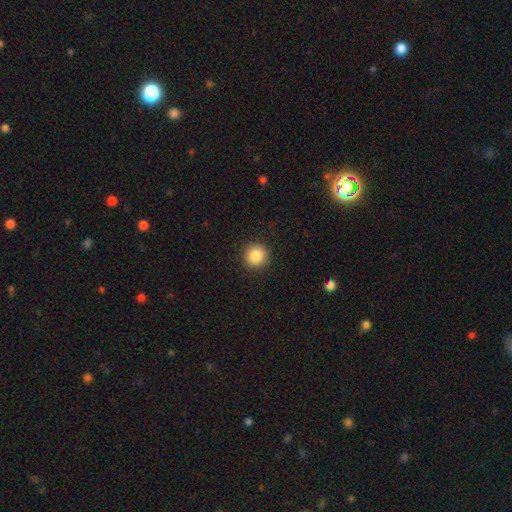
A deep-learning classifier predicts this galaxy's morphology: A smooth galaxy with no disk features (86%) that is round (93%). Merging: none (92%).